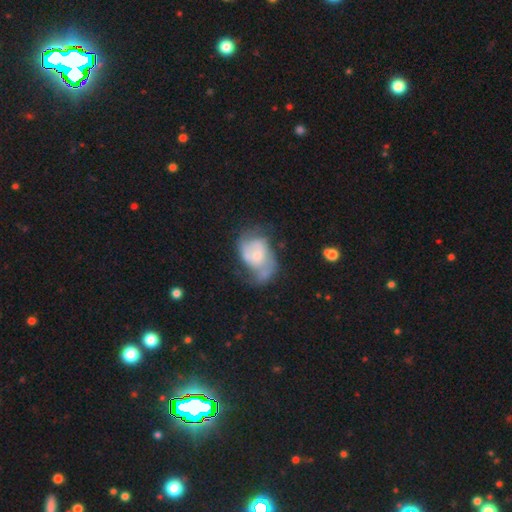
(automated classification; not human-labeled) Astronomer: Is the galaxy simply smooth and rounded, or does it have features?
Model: featured or disk — 68%.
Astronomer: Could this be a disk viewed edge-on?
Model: no — 97%.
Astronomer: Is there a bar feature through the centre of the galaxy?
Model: no — 62%.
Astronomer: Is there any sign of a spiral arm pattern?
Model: yes — 78%.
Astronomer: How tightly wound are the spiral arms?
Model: medium — 45% (runner-up: loose, 31%).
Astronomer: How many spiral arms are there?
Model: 2 — 68%.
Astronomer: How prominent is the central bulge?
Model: small — 45% (runner-up: moderate, 39%).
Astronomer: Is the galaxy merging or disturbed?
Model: none — 39% (runner-up: major disturbance, 27%).